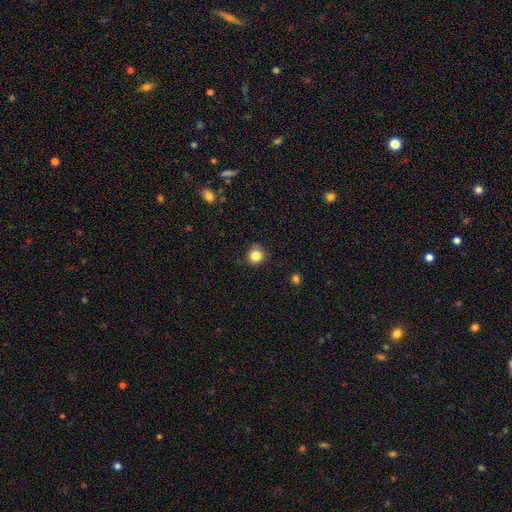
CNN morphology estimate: The model was most divided on "merging": none: 80%, minor disturbance: 16%, major disturbance: 3%, merger: 1%. More confident: how rounded — round (90%); smooth or featured — smooth (84%).